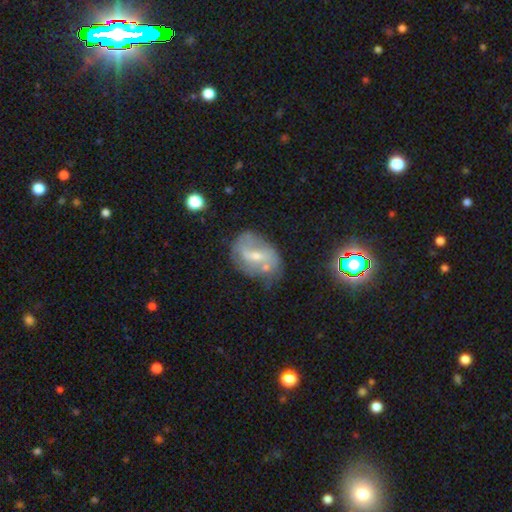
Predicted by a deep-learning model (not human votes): Morphology: type=featured or disk (63%); edge-on=no (95%); bar=weak (45%); spiral arms=yes (64%); bulge=small (60%); merging=none (46%).